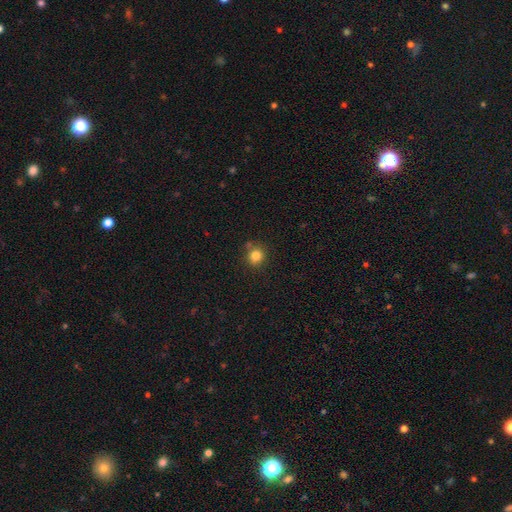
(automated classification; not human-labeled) smooth-or-featured: smooth: 82% | star or artifact: 12% | featured or disk: 6%
  how-rounded: round: 88% | in between: 11% | cigar-shaped: 1%
  merging: none: 78% | minor disturbance: 10% | merger: 8% | major disturbance: 3%